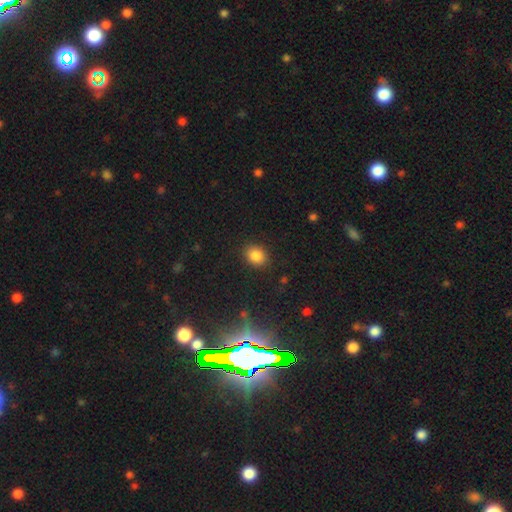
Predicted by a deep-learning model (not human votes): Smooth or featured? Predicted: smooth (p=0.85). How rounded? Predicted: round (p=0.53). Merging? Predicted: none (p=0.87).